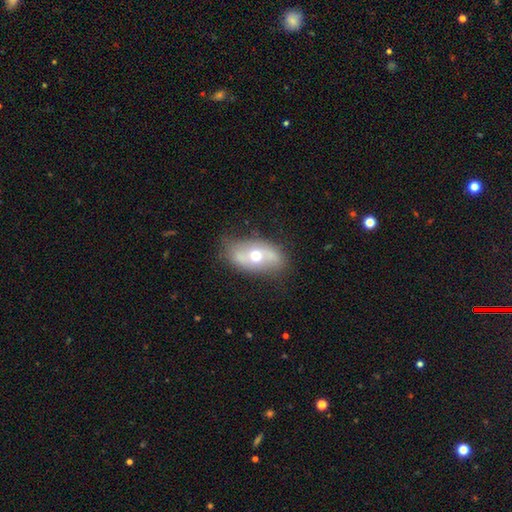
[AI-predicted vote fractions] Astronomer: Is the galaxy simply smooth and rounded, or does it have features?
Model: featured or disk — 49% (runner-up: smooth, 43%).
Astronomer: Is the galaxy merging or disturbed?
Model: none — 69%.